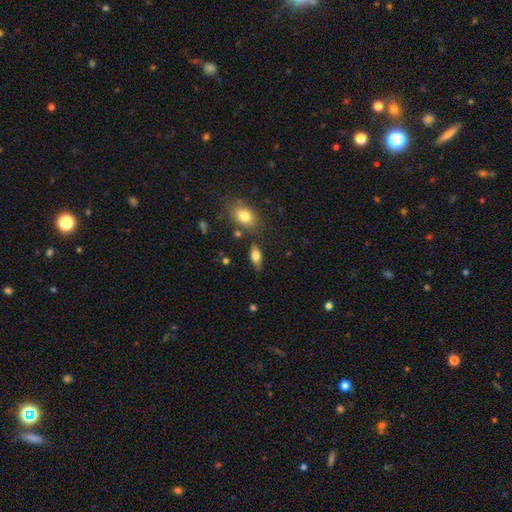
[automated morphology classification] smooth-or-featured: smooth: 73% | featured or disk: 19% | star or artifact: 8%
  how-rounded: in between: 84% | cigar-shaped: 11% | round: 5%
  merging: none: 75% | minor disturbance: 16% | merger: 5% | major disturbance: 4%